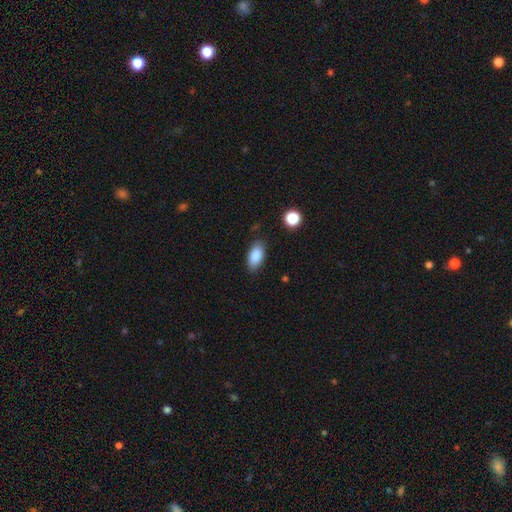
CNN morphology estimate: Smooth or featured?
  - smooth: 87% *
  - star or artifact: 7%
  - featured or disk: 6%
How rounded?
  - in between: 92% *
  - cigar-shaped: 5%
  - round: 4%
Merging?
  - none: 83% *
  - minor disturbance: 13%
  - major disturbance: 3%
  - merger: 2%